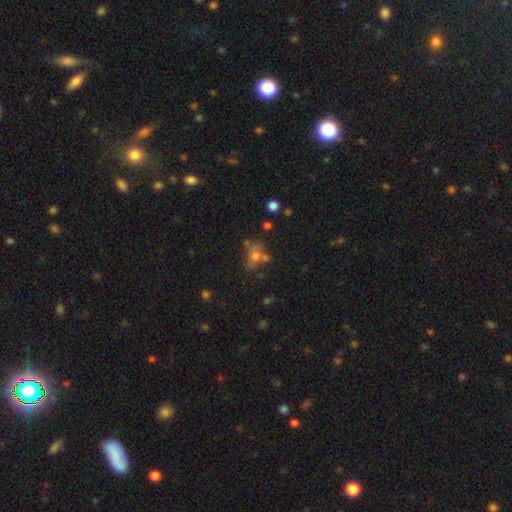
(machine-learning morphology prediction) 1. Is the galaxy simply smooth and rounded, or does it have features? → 56% smooth, 25% featured or disk, 19% star or artifact.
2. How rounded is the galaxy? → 57% in between, 40% round, 3% cigar-shaped.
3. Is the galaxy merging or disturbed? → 44% none, 25% merger, 19% minor disturbance, 12% major disturbance.